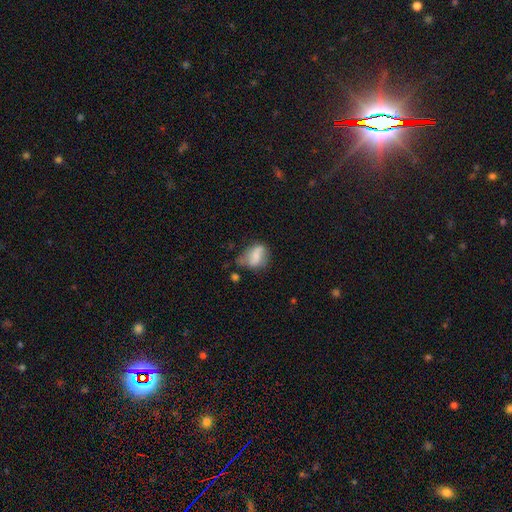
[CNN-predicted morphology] The model was most divided on "merging": none: 37%, minor disturbance: 33%, major disturbance: 19%, merger: 11%. More confident: how rounded — in between (74%); smooth or featured — smooth (60%).